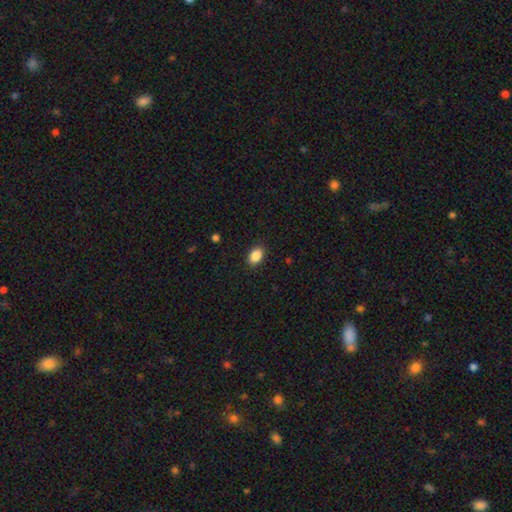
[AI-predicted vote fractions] This is clearly a smooth galaxy (88%). How rounded: clearly in between (85%). Merging: clearly none (89%).